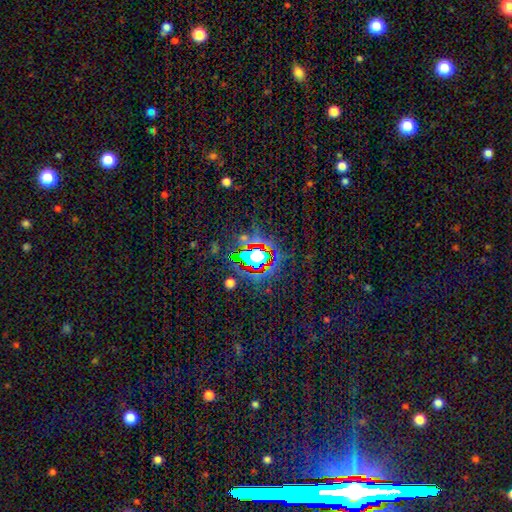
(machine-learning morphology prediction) Overall: star or artifact (76%).